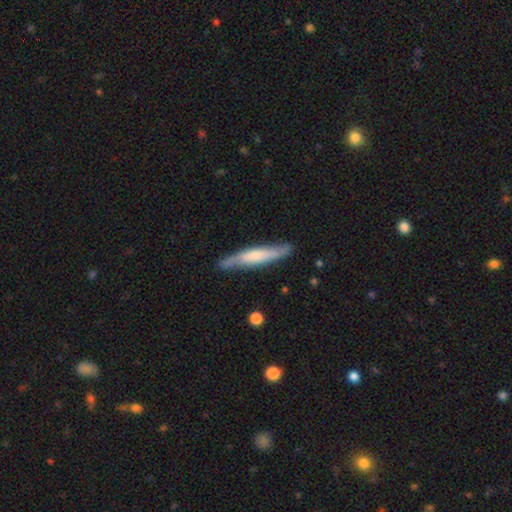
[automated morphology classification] Q: Smooth or featured?
A: featured or disk (49%); runner-up: smooth (46%)
Q: Merging?
A: none (82%); runner-up: minor disturbance (14%)